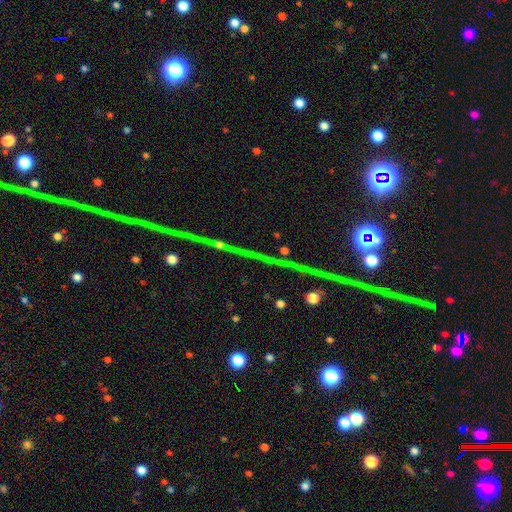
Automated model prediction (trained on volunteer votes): Q: Smooth or featured?
A: star or artifact (81%); runner-up: featured or disk (11%)